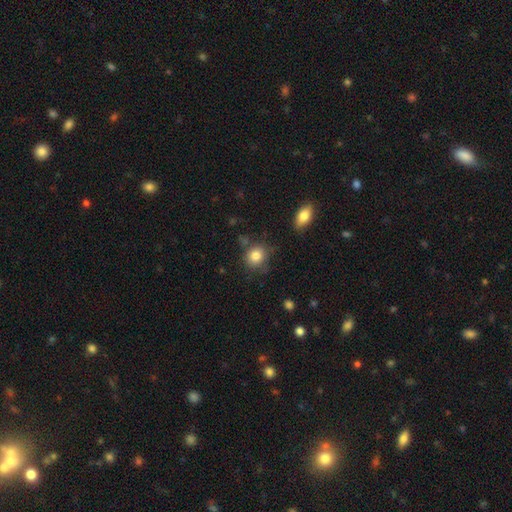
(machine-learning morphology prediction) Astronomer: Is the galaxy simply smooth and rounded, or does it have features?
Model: smooth — 83%.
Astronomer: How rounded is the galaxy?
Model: round — 73%.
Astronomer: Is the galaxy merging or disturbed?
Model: none — 73%.